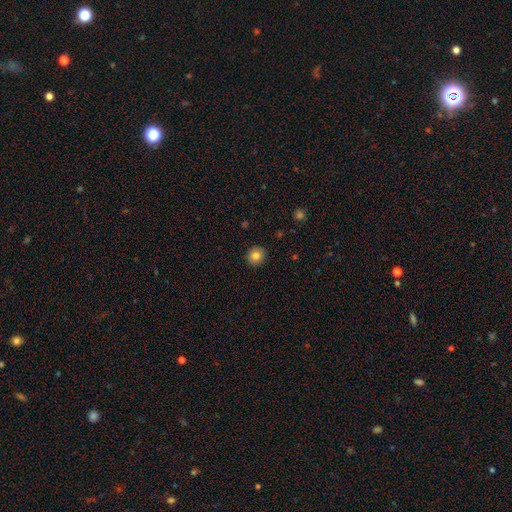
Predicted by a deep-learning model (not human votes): smooth-or-featured: smooth: 83% | star or artifact: 10% | featured or disk: 7%
  how-rounded: round: 89% | in between: 10% | cigar-shaped: 1%
  merging: none: 91% | minor disturbance: 6% | major disturbance: 2% | merger: 1%